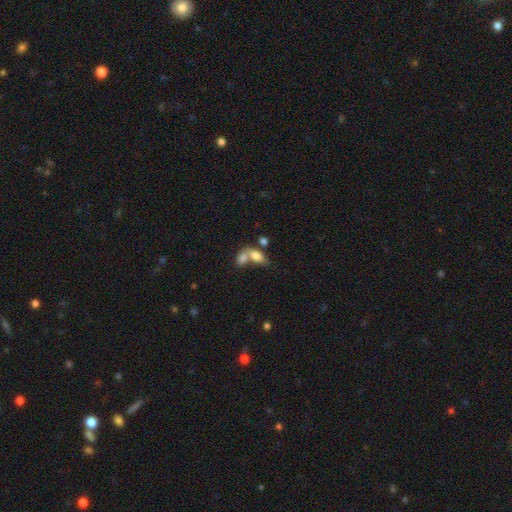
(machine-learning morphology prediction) Q: Smooth or featured?
A: smooth (77%); runner-up: featured or disk (14%)
Q: How rounded?
A: in between (86%); runner-up: round (8%)
Q: Merging?
A: merger (63%); runner-up: none (24%)